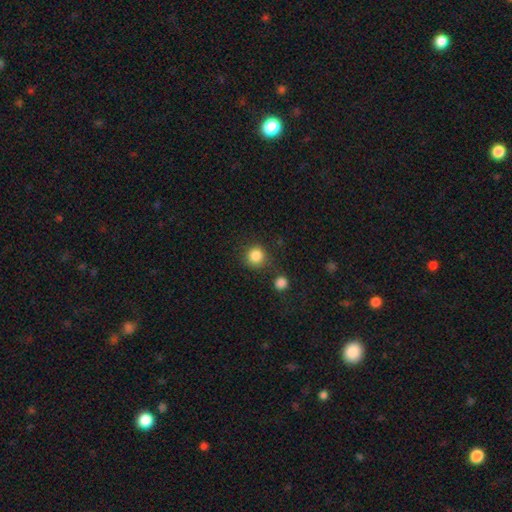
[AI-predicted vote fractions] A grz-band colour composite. It shows a smooth galaxy with no disk features (85%) that is round (92%). Merging: none (81%).